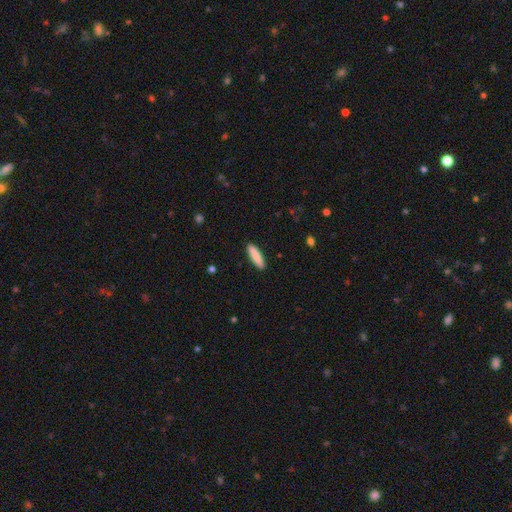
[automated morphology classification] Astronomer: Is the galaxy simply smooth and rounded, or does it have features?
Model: smooth — 86%.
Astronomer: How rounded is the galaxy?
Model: cigar-shaped — 78%.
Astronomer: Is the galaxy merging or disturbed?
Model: none — 90%.